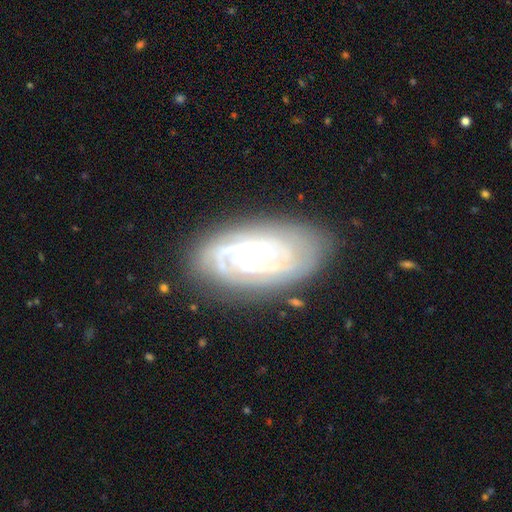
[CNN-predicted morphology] smooth-or-featured: featured or disk: 86% | smooth: 8% | star or artifact: 6%
  disk-edge-on: no: 94% | yes: 6%
    bar: no: 65% | weak: 25% | strong: 10%
    has-spiral-arms: yes: 95% | no: 5%
      spiral-winding: tight: 80% | medium: 17% | loose: 3%
      spiral-arm-count: can't tell: 30% | 2: 25% | 3: 24% | 4: 10% | more than 4: 5% | 1: 5%
    bulge-size: small: 49% | moderate: 46% | large: 2% | none: 1% | dominant: 1%
  merging: none: 81% | minor disturbance: 14% | major disturbance: 4% | merger: 1%